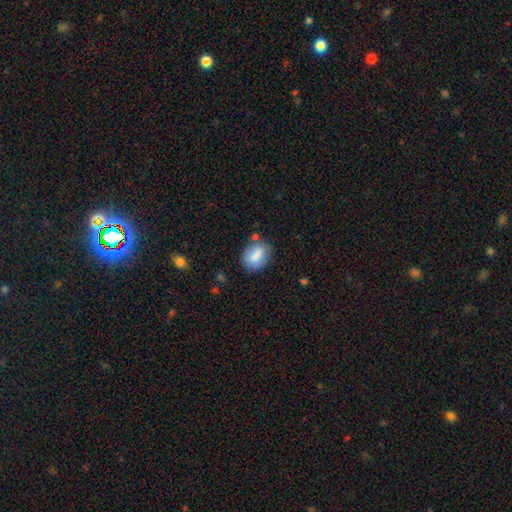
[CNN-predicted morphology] Smooth or featured? smooth (82%)
How rounded? in between (69%)
Merging? none (69%)